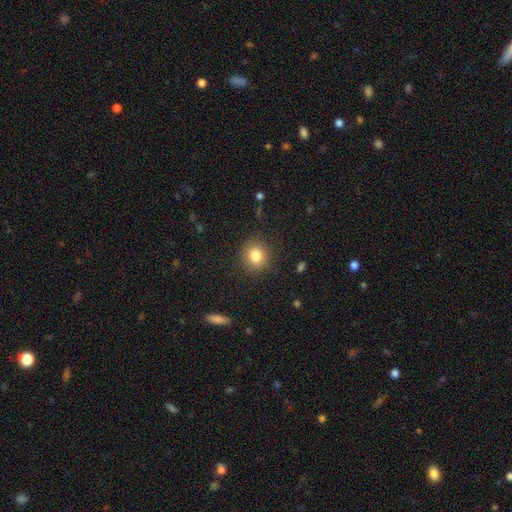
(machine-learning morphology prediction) Overall: smooth (82%). How rounded: round (88%). Merging: none (88%).